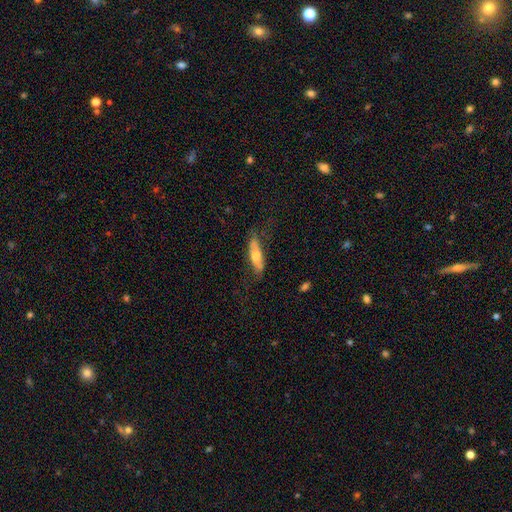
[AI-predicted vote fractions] A smooth galaxy with no disk features (56%) that is cigar-shaped (60%).

Vote fractions:
- Smooth or featured? smooth: 56% / featured or disk: 38% / star or artifact: 6%
- How rounded? cigar-shaped: 60% / in between: 38% / round: 2%
- Merging? none: 69% / minor disturbance: 21% / major disturbance: 9% / merger: 2%